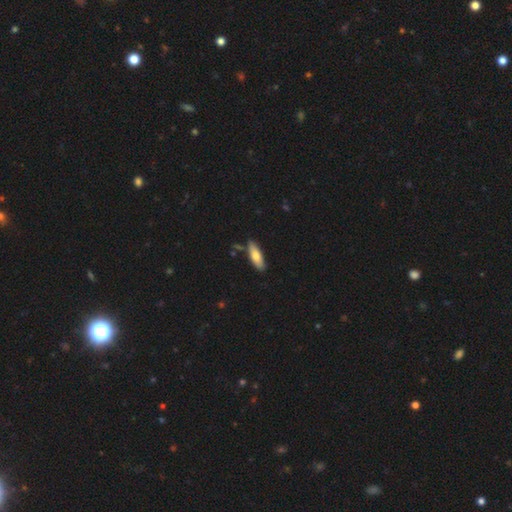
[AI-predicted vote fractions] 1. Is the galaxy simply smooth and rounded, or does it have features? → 73% smooth, 21% featured or disk, 6% star or artifact.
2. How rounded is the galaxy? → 53% in between, 45% cigar-shaped, 2% round.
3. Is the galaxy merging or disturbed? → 80% none, 14% minor disturbance, 4% merger, 2% major disturbance.